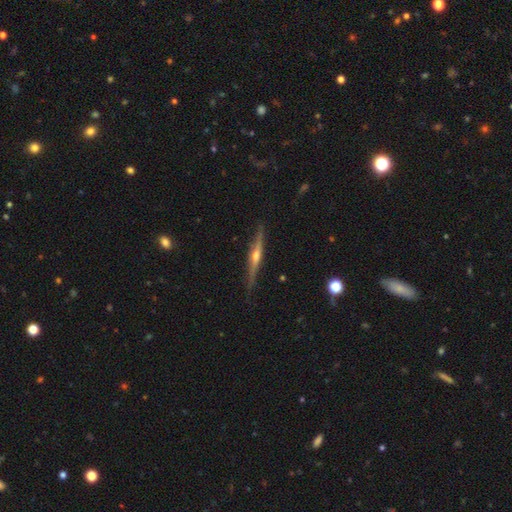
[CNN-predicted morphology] Smooth or featured: featured or disk — 79% (smooth — 15%)
Edge-on disk: yes — 97% (no — 3%)
Edge-on bulge: rounded — 89% (none — 7%)
Merging: none — 85% (minor disturbance — 11%)